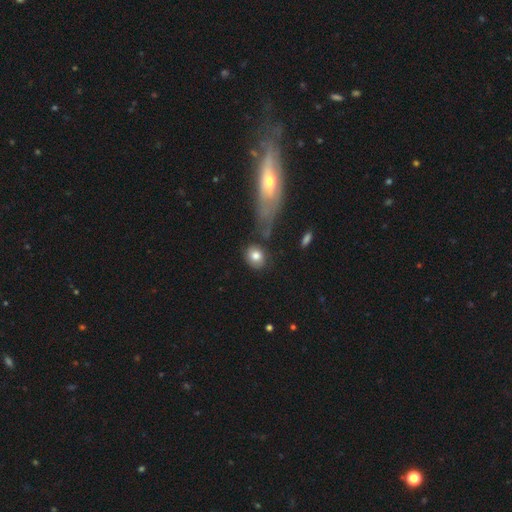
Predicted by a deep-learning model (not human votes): Smooth or featured?
  - smooth: 81% *
  - featured or disk: 11%
  - star or artifact: 8%
How rounded?
  - round: 59% *
  - in between: 39%
  - cigar-shaped: 2%
Merging?
  - none: 73% *
  - minor disturbance: 13%
  - merger: 9%
  - major disturbance: 5%